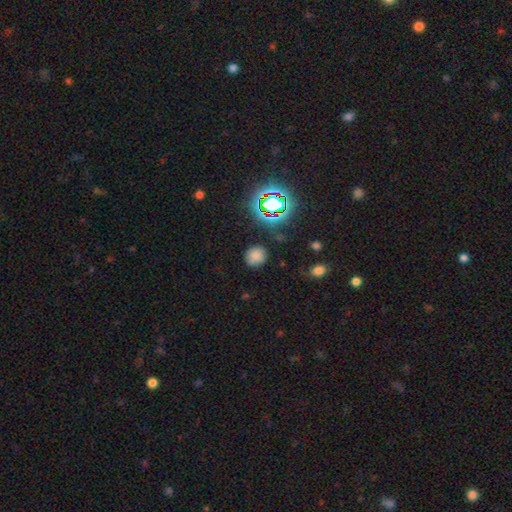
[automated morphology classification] smooth 74%, star or artifact 20%, featured or disk 6%. Down the decision tree: how rounded — round (80%); merging — none (83%).